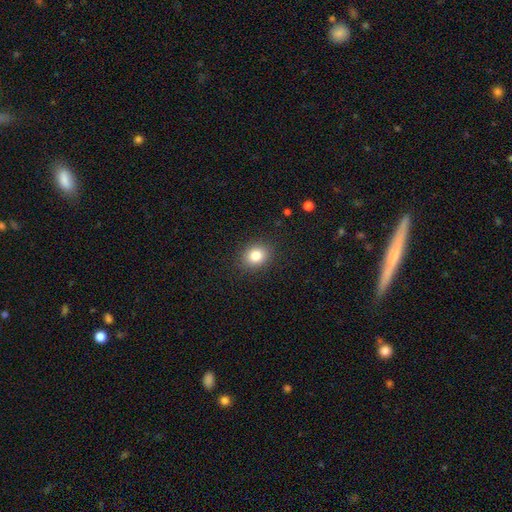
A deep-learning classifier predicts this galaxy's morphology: smooth-or-featured: smooth: 83% | star or artifact: 10% | featured or disk: 7%
  how-rounded: round: 63% | in between: 36% | cigar-shaped: 1%
  merging: none: 89% | minor disturbance: 8% | major disturbance: 3% | merger: 1%